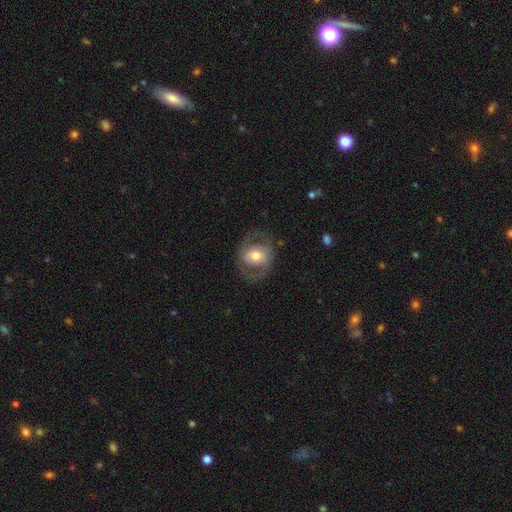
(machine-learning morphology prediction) Overall: featured or disk (52%; smooth 42%). Edge-on disk: no (94%). Merging: none (72%).